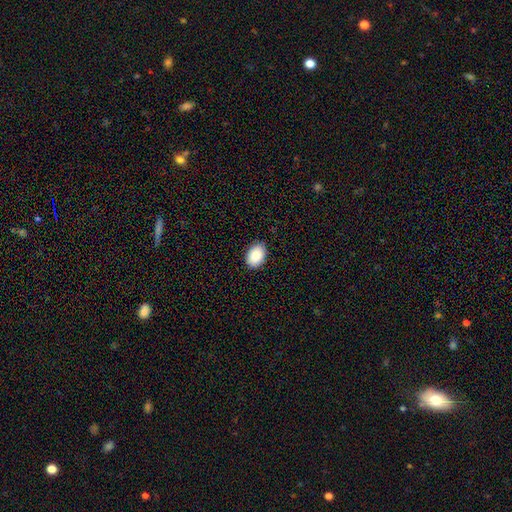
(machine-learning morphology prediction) The model was most divided on "how rounded": in between: 85%, round: 14%, cigar-shaped: 1%. More confident: smooth or featured — smooth (89%); merging — none (88%).